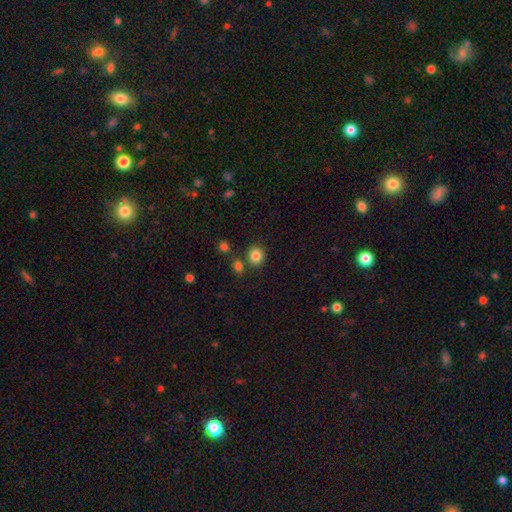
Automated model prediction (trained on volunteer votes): smooth_or_featured: smooth (p=0.84) [alt: star or artifact p=0.11]
how_rounded: round (p=0.87) [alt: in between p=0.12]
merging: none (p=0.81) [alt: merger p=0.09]